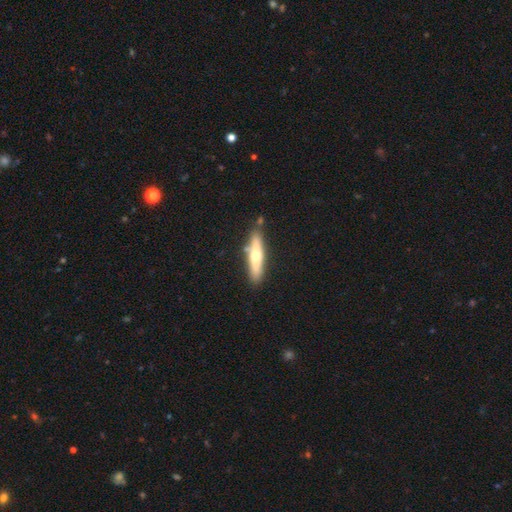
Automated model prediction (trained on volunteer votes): This is possibly a smooth galaxy (55%). How rounded: likely cigar-shaped (78%). Merging: likely none (79%).